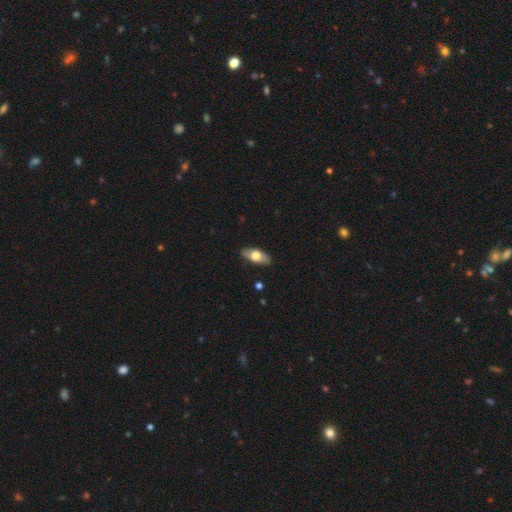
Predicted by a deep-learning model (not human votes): Smooth or featured? Predicted: smooth (p=0.60). How rounded? Predicted: in between (p=0.86). Merging? Predicted: none (p=0.87).